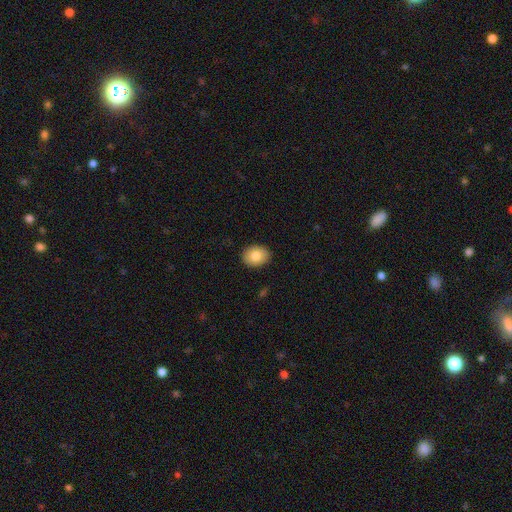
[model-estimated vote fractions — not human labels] Smooth or featured? smooth (83%)
How rounded? in between (61%)
Merging? none (89%)